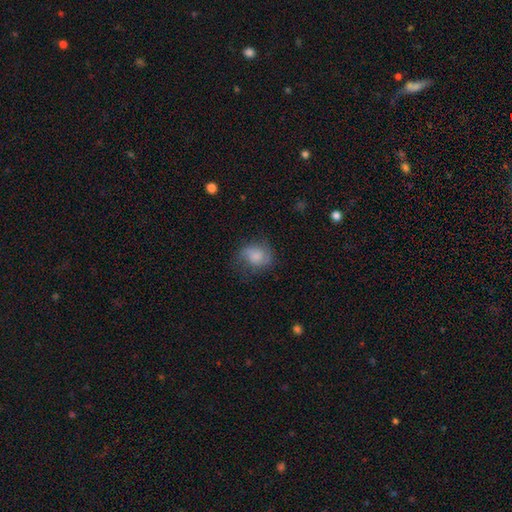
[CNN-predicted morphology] A smooth galaxy with no disk features (61%) that is round (59%). Merging: none (57%).